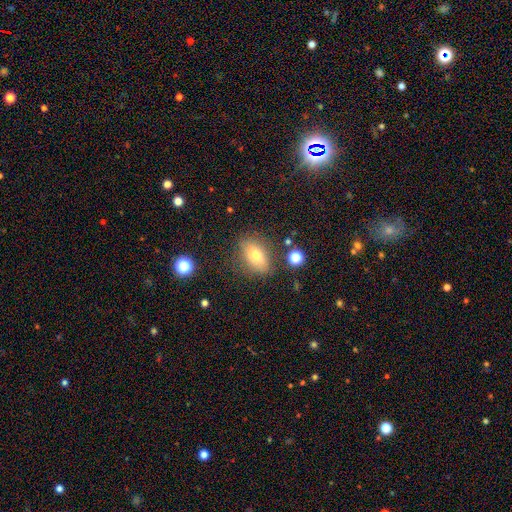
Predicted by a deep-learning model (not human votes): Smooth or featured?
  - smooth: 71% *
  - featured or disk: 18%
  - star or artifact: 11%
How rounded?
  - in between: 80% *
  - round: 14%
  - cigar-shaped: 6%
Merging?
  - none: 78% *
  - minor disturbance: 14%
  - major disturbance: 5%
  - merger: 3%